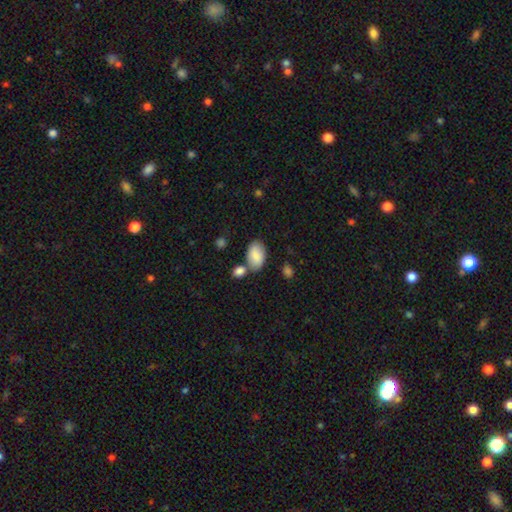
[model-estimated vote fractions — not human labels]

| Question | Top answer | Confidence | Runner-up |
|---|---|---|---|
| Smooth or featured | smooth | 85% | featured or disk (9%) |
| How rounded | in between | 93% | round (6%) |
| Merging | none | 62% | merger (19%) |